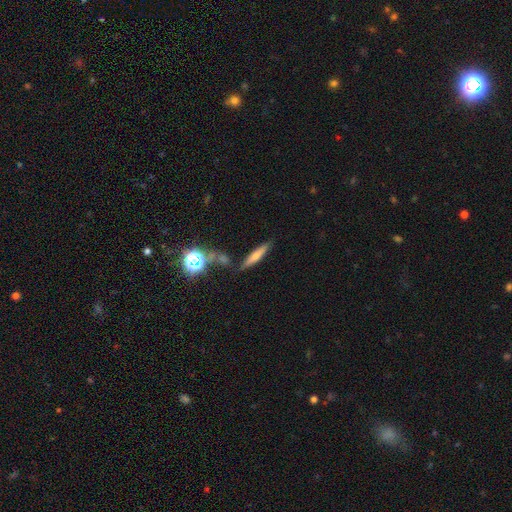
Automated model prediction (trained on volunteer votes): Smooth or featured?
  - smooth: 57% *
  - featured or disk: 30%
  - star or artifact: 13%
How rounded?
  - cigar-shaped: 83% *
  - in between: 13%
  - round: 4%
Merging?
  - none: 75% *
  - minor disturbance: 12%
  - merger: 9%
  - major disturbance: 4%